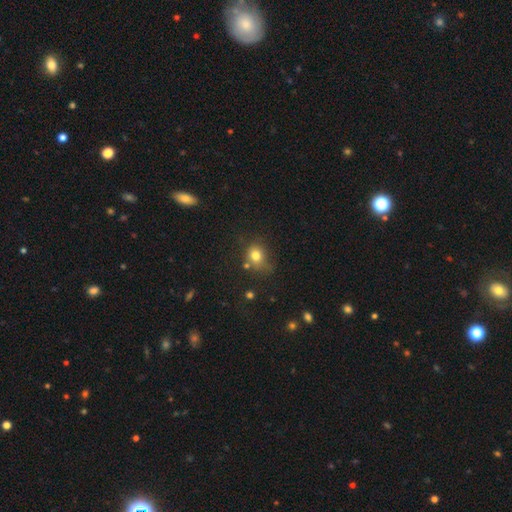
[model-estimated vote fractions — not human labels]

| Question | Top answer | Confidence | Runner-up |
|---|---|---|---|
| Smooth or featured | smooth | 78% | star or artifact (13%) |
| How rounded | round | 64% | in between (35%) |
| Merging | none | 58% | minor disturbance (24%) |